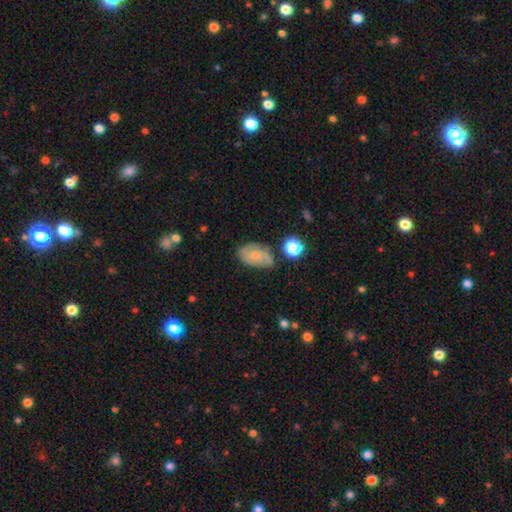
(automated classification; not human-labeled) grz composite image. It shows a featured or disk galaxy (46%). Merging: none (58%).